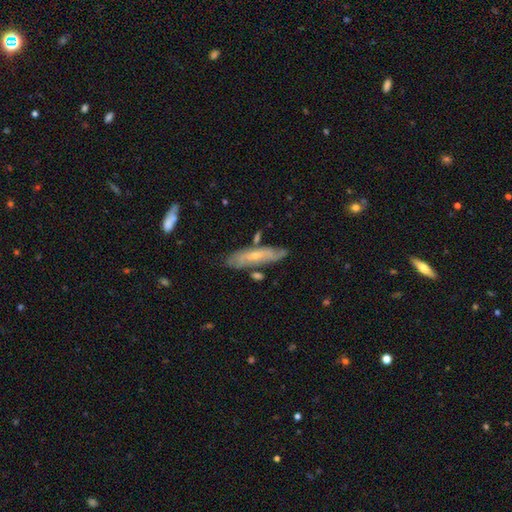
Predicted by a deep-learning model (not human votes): smooth_or_featured: featured or disk (p=0.57) [alt: smooth p=0.37]
disk_edge_on: no (p=0.62) [alt: yes p=0.38]
merging: none (p=0.69) [alt: minor disturbance p=0.19]